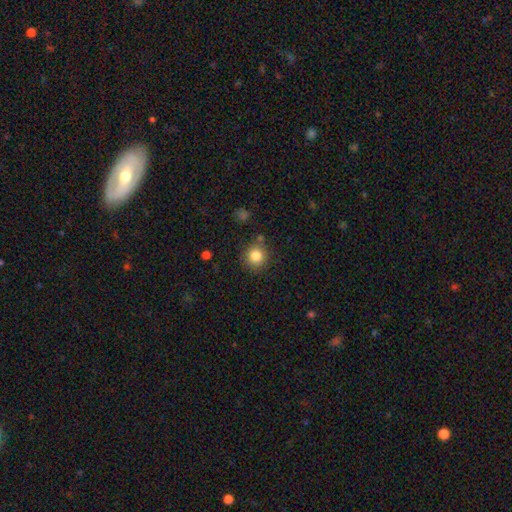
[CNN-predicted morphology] Smooth or featured? smooth (83%)
How rounded? round (91%)
Merging? none (82%)